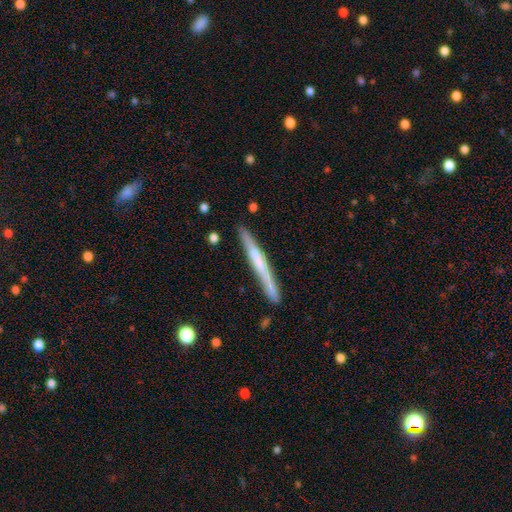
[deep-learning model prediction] A featured or disk galaxy (49%).

Vote fractions:
- Smooth or featured? featured or disk: 49% / smooth: 46% / star or artifact: 5%
- Merging? none: 82% / minor disturbance: 11% / merger: 4% / major disturbance: 3%